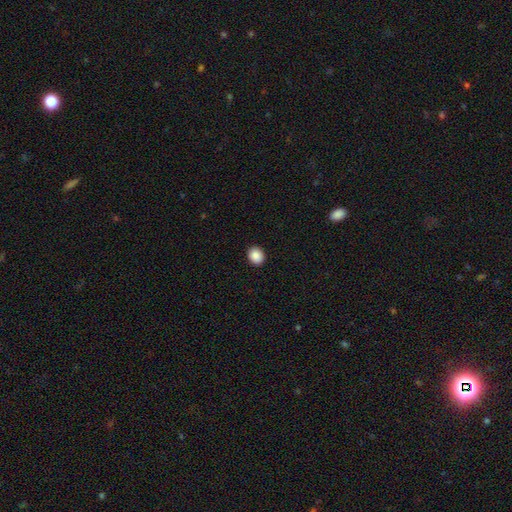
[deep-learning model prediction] Q: Smooth or featured?
A: smooth (89%); runner-up: star or artifact (8%)
Q: How rounded?
A: round (63%); runner-up: in between (36%)
Q: Merging?
A: none (92%); runner-up: minor disturbance (5%)